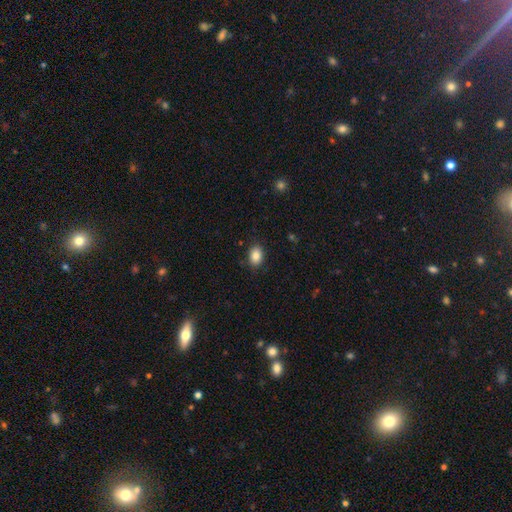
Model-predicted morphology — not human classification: smooth 87%, star or artifact 8%, featured or disk 5%. Down the decision tree: how rounded — in between (82%); merging — none (87%).